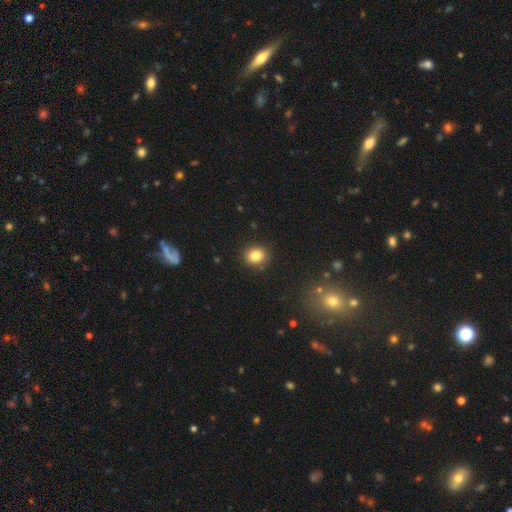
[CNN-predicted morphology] Overall: smooth (83%). How rounded: round (77%). Merging: none (89%).